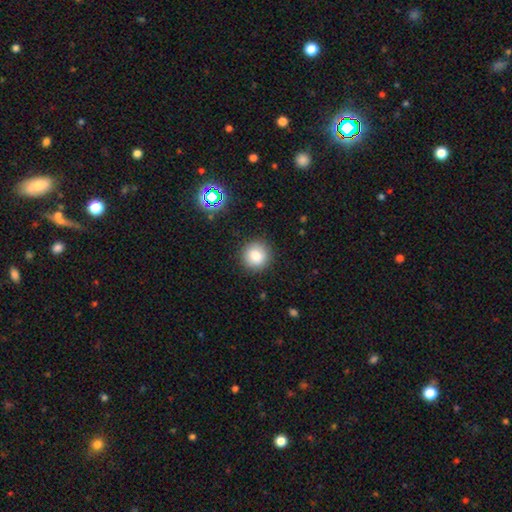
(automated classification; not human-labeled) A smooth galaxy with no disk features (81%) that is round (93%). Merging: none (90%).